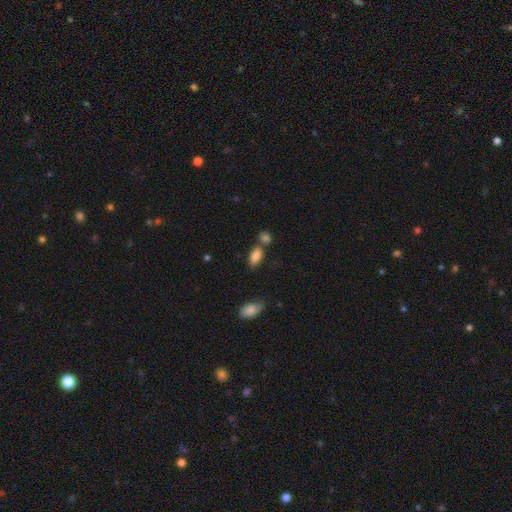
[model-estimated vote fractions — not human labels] Morphology: type=smooth (85%); roundness=in between (89%); merging=none (59%).